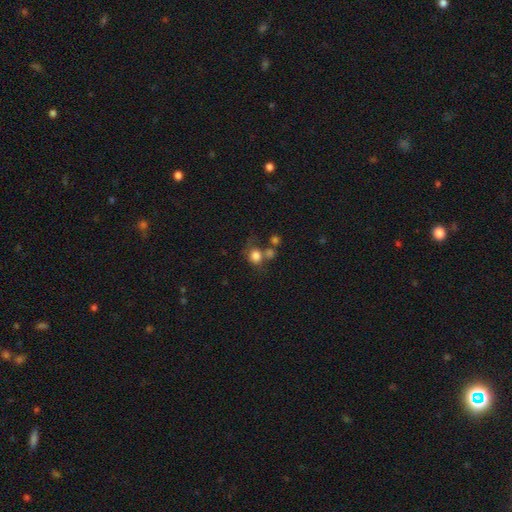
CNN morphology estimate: Overall: smooth (78%). How rounded: round (70%). Merging: none (45%; merger 29%).